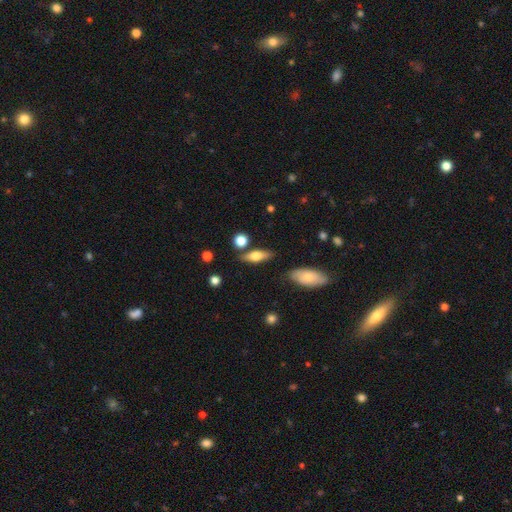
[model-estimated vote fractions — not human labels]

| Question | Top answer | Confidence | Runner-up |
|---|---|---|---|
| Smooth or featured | smooth | 63% | featured or disk (30%) |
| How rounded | in between | 61% | cigar-shaped (34%) |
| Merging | none | 77% | minor disturbance (13%) |